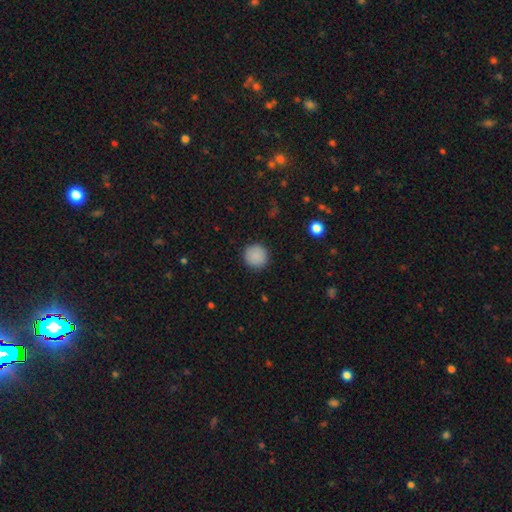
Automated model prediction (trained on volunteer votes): smooth-or-featured: smooth: 89% | star or artifact: 8% | featured or disk: 4%
  how-rounded: round: 95% | in between: 4% | cigar-shaped: 1%
  merging: none: 91% | minor disturbance: 6% | major disturbance: 2% | merger: 1%